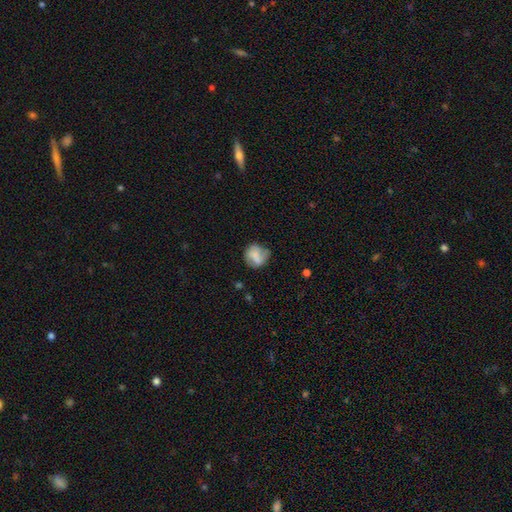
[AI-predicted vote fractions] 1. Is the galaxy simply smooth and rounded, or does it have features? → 63% smooth, 28% featured or disk, 9% star or artifact.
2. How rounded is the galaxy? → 77% round, 21% in between, 1% cigar-shaped.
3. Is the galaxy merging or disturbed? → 56% none, 27% minor disturbance, 11% major disturbance, 6% merger.